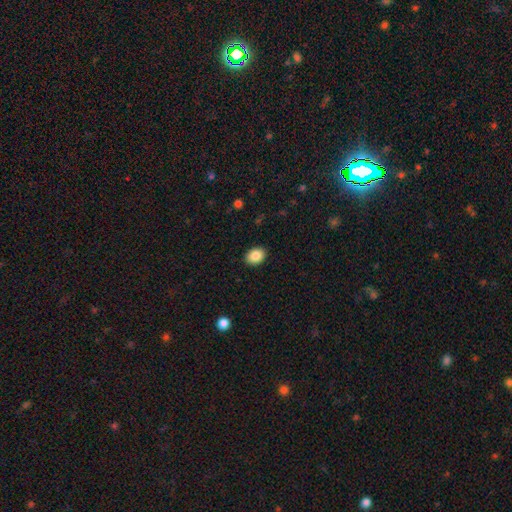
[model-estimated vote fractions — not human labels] Q: Smooth or featured?
A: smooth (88%); runner-up: star or artifact (8%)
Q: How rounded?
A: in between (71%); runner-up: round (28%)
Q: Merging?
A: none (90%); runner-up: minor disturbance (8%)